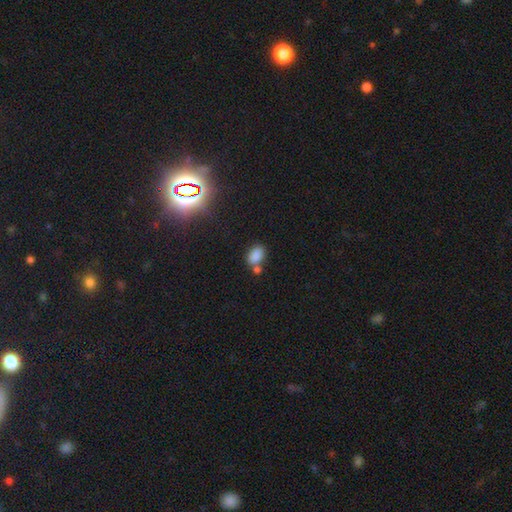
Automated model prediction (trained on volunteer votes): A smooth galaxy with no disk features (83%) that is in between round and cigar-shaped (85%).

Vote fractions:
- Smooth or featured? smooth: 83% / star or artifact: 12% / featured or disk: 5%
- How rounded? in between: 85% / round: 13% / cigar-shaped: 2%
- Merging? none: 58% / merger: 24% / minor disturbance: 14% / major disturbance: 4%